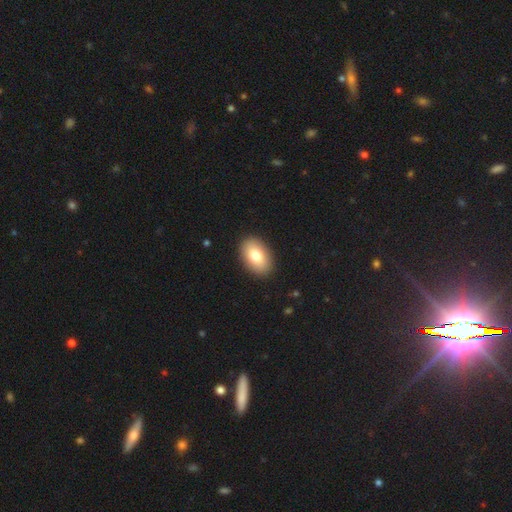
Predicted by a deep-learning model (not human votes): smooth 81%, featured or disk 12%, star or artifact 7%. Down the decision tree: how rounded — in between (90%); merging — none (90%).